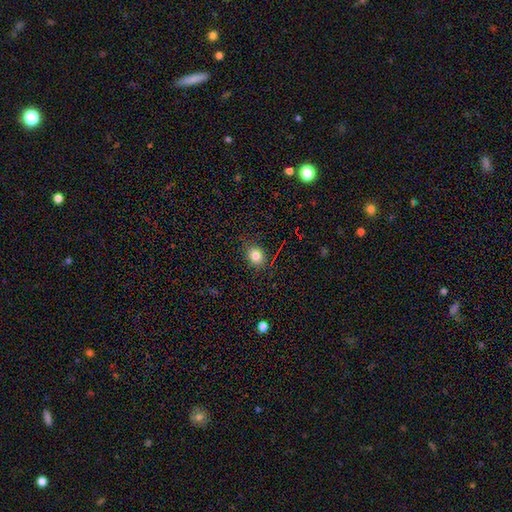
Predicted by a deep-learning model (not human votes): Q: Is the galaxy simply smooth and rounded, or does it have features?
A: smooth — 79%.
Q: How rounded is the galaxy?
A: round — 62%.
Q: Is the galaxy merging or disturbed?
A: none — 83%.